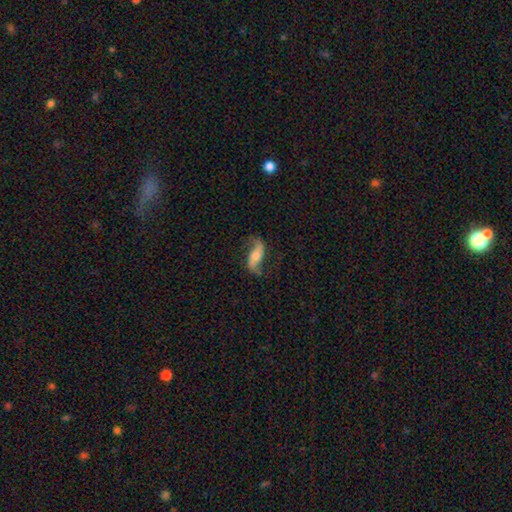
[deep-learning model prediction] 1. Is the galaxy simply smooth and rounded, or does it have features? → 68% featured or disk, 25% smooth, 7% star or artifact.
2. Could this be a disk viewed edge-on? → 86% no, 14% yes.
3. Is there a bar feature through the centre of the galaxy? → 43% no, 31% weak, 26% strong.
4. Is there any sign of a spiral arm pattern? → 90% yes, 10% no.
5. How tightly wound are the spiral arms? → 78% loose, 16% medium, 6% tight.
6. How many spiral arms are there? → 91% 2, 3% can't tell, 2% 1, 1% 3, 1% 4, 1% more than 4.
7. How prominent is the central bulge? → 53% moderate, 25% small, 14% large, 5% none, 3% dominant.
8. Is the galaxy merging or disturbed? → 72% none, 17% minor disturbance, 9% major disturbance, 2% merger.